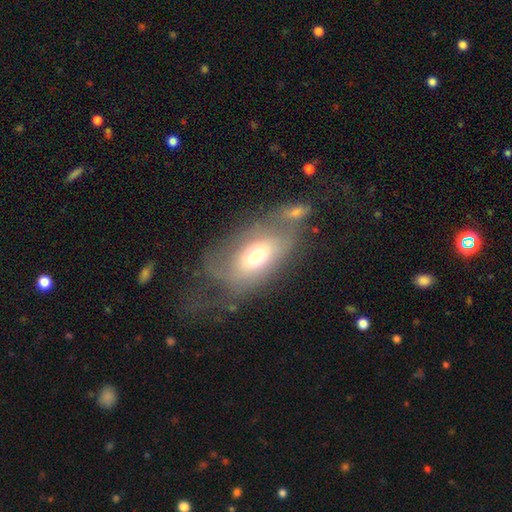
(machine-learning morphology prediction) smooth 53%, featured or disk 38%, star or artifact 9%. Down the decision tree: how rounded — in between (84%); merging — major disturbance (33%).